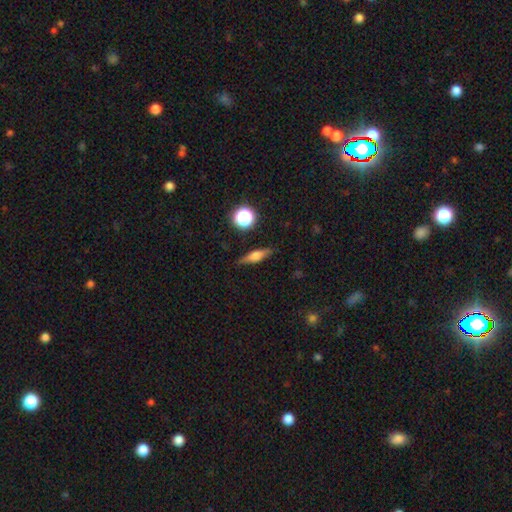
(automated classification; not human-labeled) Q: Smooth or featured?
A: smooth (47%); runner-up: featured or disk (44%)
Q: Merging?
A: none (85%); runner-up: minor disturbance (11%)